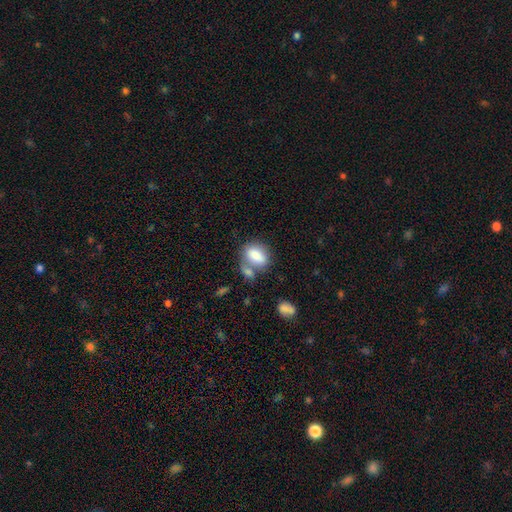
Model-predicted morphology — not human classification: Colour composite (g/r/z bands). It shows a smooth galaxy with no disk features (81%) that is in between round and cigar-shaped (78%). Merging: none (42%).